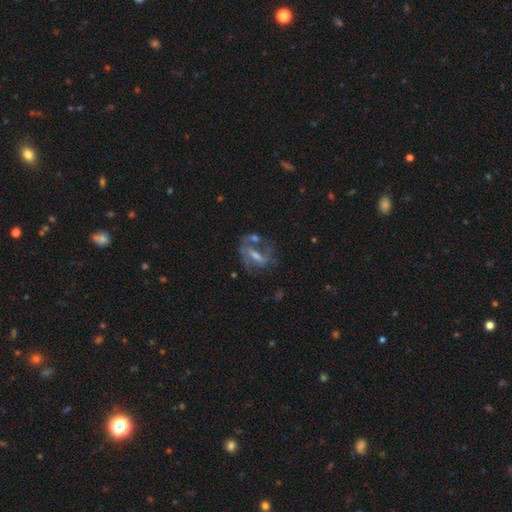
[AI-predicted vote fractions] A featured or disk galaxy (65%) with a weak bar (39%), spiral arms (62%) and a moderate central bulge (40%). Merging: none (43%).